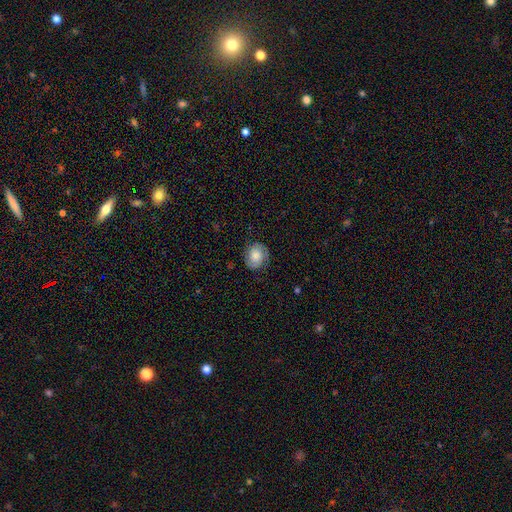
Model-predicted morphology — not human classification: Q: Smooth or featured?
A: smooth (51%); runner-up: featured or disk (41%)
Q: How rounded?
A: round (60%); runner-up: in between (39%)
Q: Merging?
A: none (76%); runner-up: minor disturbance (17%)